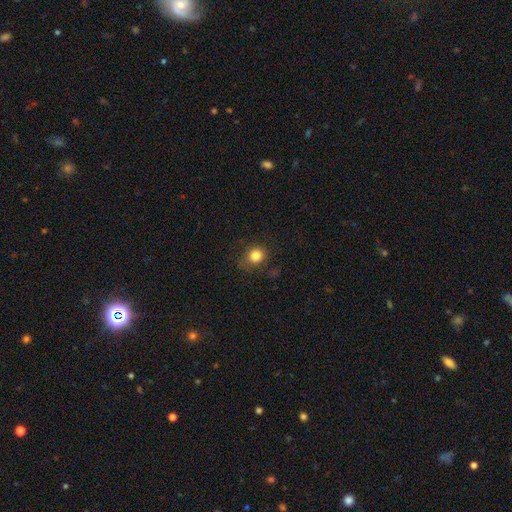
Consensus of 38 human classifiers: Smooth or featured? 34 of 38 (89%) said smooth. How rounded? 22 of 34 (65%) said round. Merging? 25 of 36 (69%) said none.